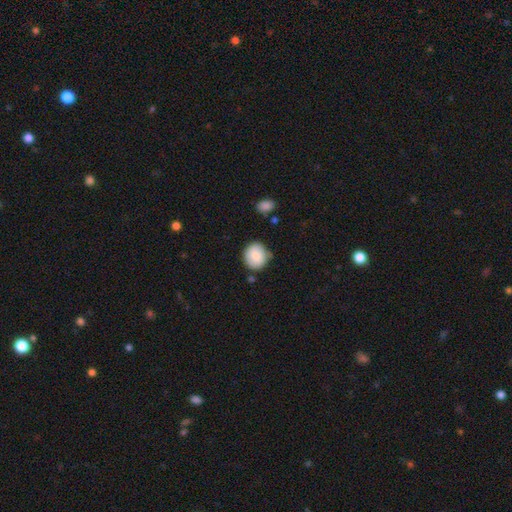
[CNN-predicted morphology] This is clearly a smooth galaxy (83%). How rounded: clearly round (81%). Merging: likely none (77%).